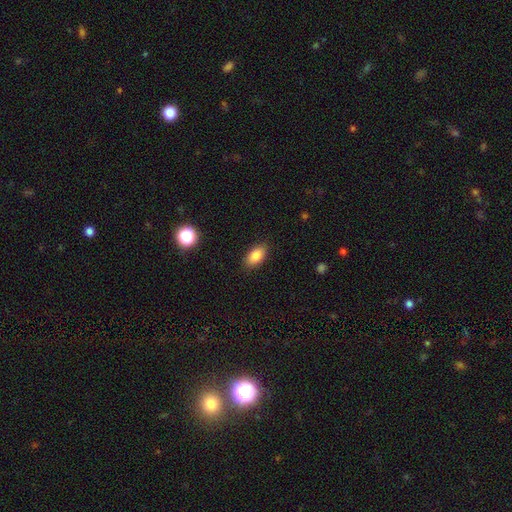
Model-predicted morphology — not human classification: smooth_or_featured: smooth (p=0.83) [alt: star or artifact p=0.09]
how_rounded: in between (p=0.91) [alt: round p=0.06]
merging: none (p=0.87) [alt: minor disturbance p=0.09]